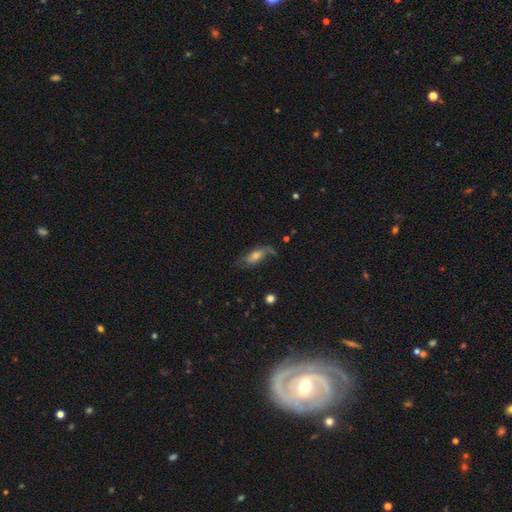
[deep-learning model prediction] The model was most divided on "smooth or featured": featured or disk: 55%, smooth: 35%, star or artifact: 10%. More confident: edge-on disk — no (76%); merging — none (57%).